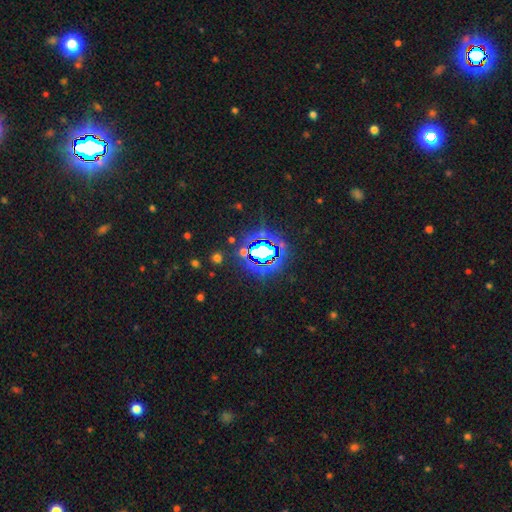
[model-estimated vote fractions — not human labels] The model was most divided on "smooth or featured": star or artifact: 75%, smooth: 15%, featured or disk: 10%.